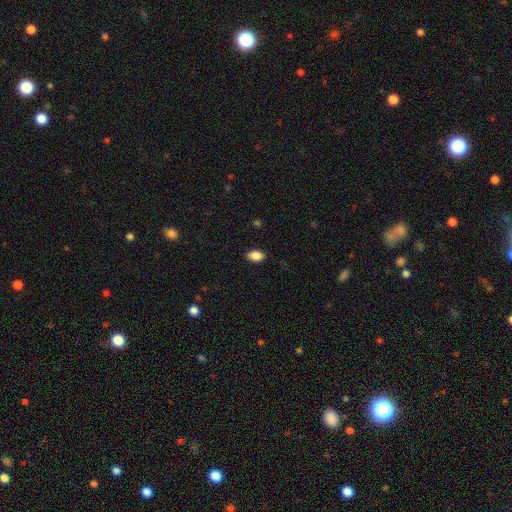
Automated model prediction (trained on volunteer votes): Smooth or featured?
  - smooth: 87% *
  - star or artifact: 8%
  - featured or disk: 5%
How rounded?
  - in between: 90% *
  - round: 7%
  - cigar-shaped: 3%
Merging?
  - none: 87% *
  - minor disturbance: 10%
  - major disturbance: 2%
  - merger: 1%